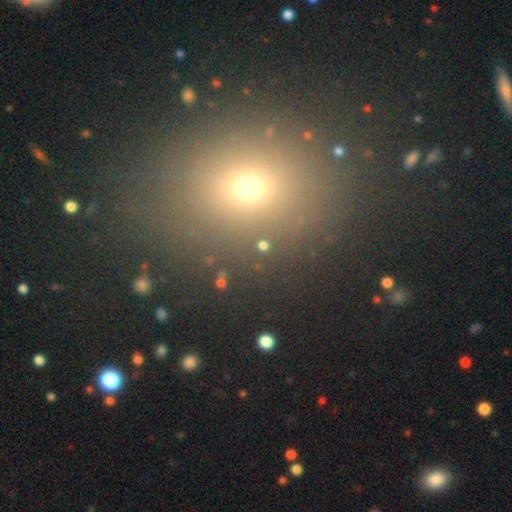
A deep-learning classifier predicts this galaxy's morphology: Smooth or featured?
  - smooth: 58% *
  - star or artifact: 32%
  - featured or disk: 10%
How rounded?
  - round: 51% *
  - in between: 47%
  - cigar-shaped: 2%
Merging?
  - none: 85% *
  - minor disturbance: 8%
  - major disturbance: 4%
  - merger: 3%